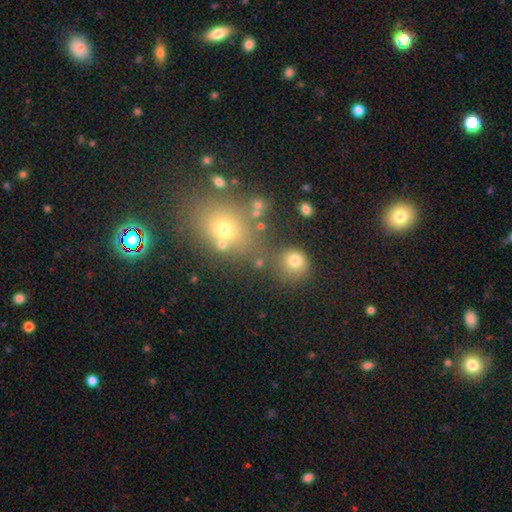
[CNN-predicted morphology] Smooth or featured: smooth — 47% (star or artifact — 40%)
Merging: none — 68% (merger — 16%)